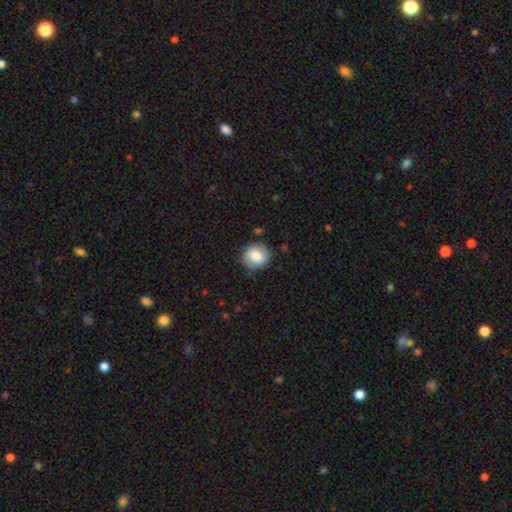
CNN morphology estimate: smooth 75%, featured or disk 17%, star or artifact 8%. Down the decision tree: how rounded — round (86%); merging — none (82%).